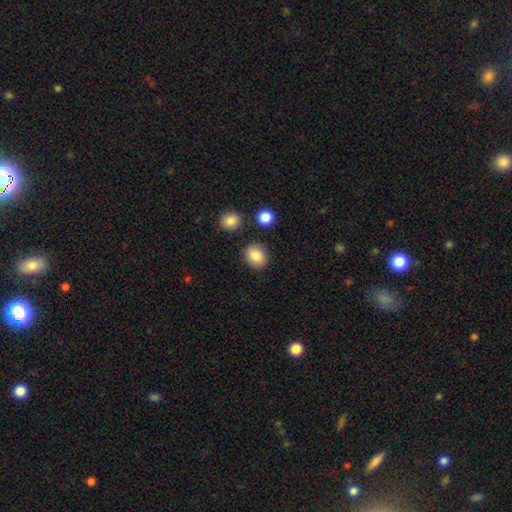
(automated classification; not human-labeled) Smooth or featured? Predicted: smooth (p=0.85). How rounded? Predicted: round (p=0.65). Merging? Predicted: none (p=0.85).